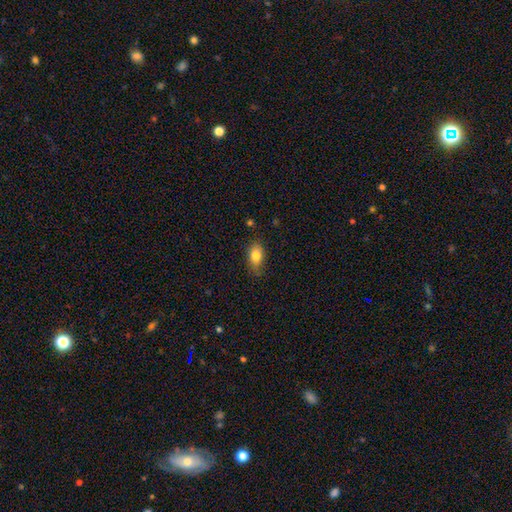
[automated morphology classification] smooth 82%, featured or disk 10%, star or artifact 8%. Down the decision tree: how rounded — in between (88%); merging — none (75%).